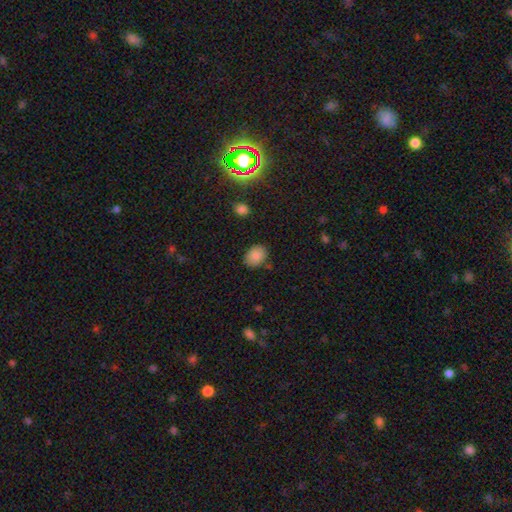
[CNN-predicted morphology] A smooth galaxy with no disk features (85%) that is in between round and cigar-shaped (69%).

Vote fractions:
- Smooth or featured? smooth: 85% / star or artifact: 9% / featured or disk: 6%
- How rounded? in between: 69% / round: 30% / cigar-shaped: 1%
- Merging? none: 81% / minor disturbance: 13% / major disturbance: 3% / merger: 3%